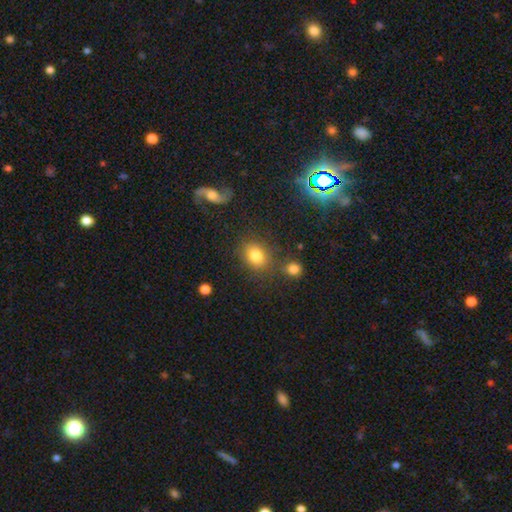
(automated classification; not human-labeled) Smooth or featured?
  - smooth: 79% *
  - star or artifact: 12%
  - featured or disk: 9%
How rounded?
  - round: 52% *
  - in between: 46%
  - cigar-shaped: 1%
Merging?
  - none: 75% *
  - minor disturbance: 13%
  - merger: 7%
  - major disturbance: 5%